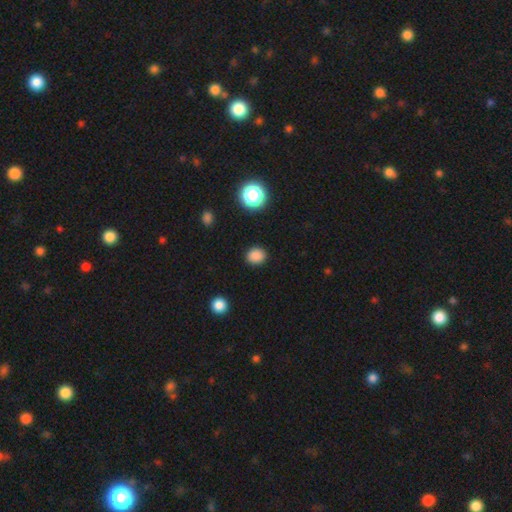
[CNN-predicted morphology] This is clearly a smooth galaxy (85%). How rounded: likely round (74%). Merging: clearly none (89%).